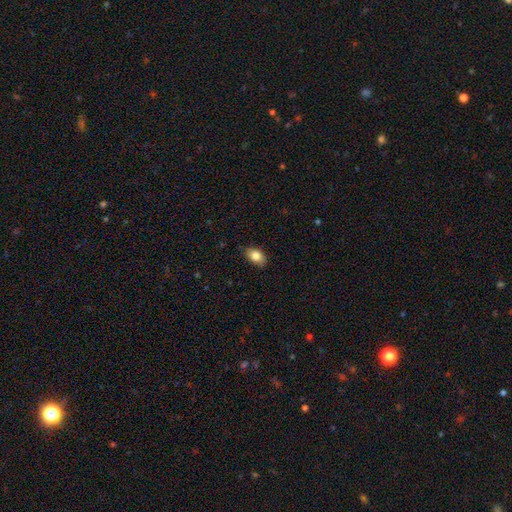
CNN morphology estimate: smooth-or-featured: smooth: 84% | star or artifact: 8% | featured or disk: 7%
  how-rounded: in between: 81% | round: 17% | cigar-shaped: 2%
  merging: none: 76% | minor disturbance: 20% | major disturbance: 3% | merger: 1%